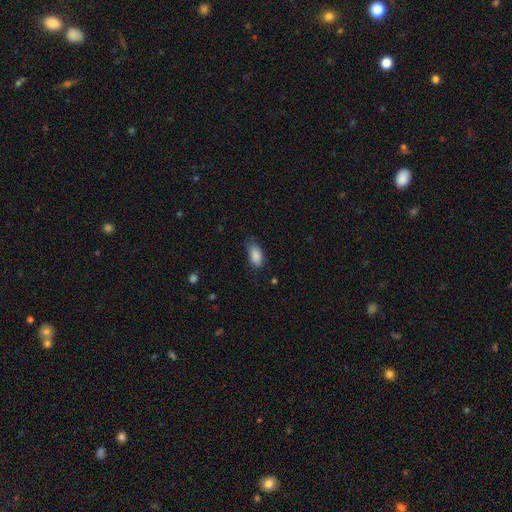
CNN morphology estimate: A smooth galaxy with no disk features (88%) that is in between round and cigar-shaped (92%).

Vote fractions:
- Smooth or featured? smooth: 88% / star or artifact: 7% / featured or disk: 5%
- How rounded? in between: 92% / cigar-shaped: 4% / round: 4%
- Merging? none: 63% / minor disturbance: 29% / major disturbance: 7% / merger: 1%